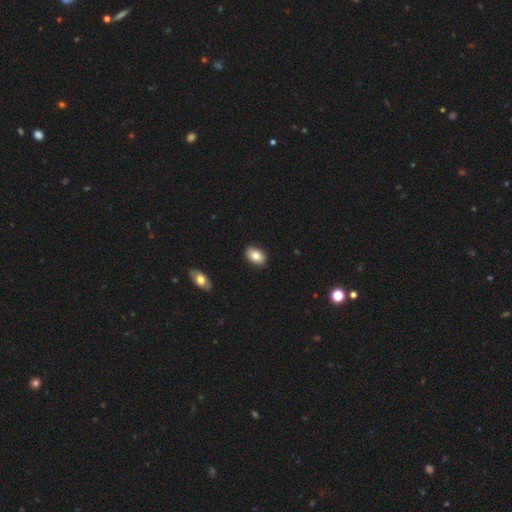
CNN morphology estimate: type=smooth (82%); roundness=in between (90%); merging=none (88%).